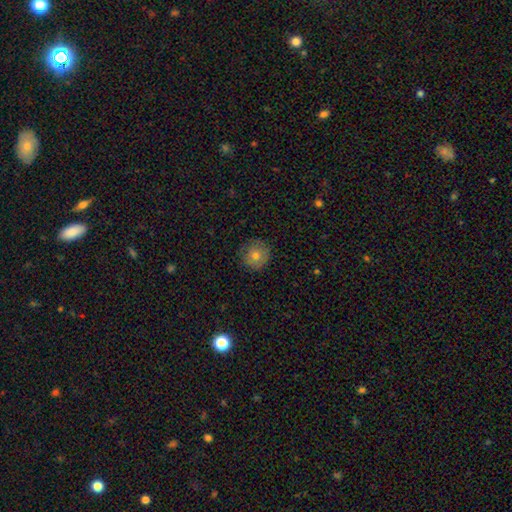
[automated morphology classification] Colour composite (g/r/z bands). It shows a smooth galaxy with no disk features (71%) that is round (94%). Merging: none (84%).